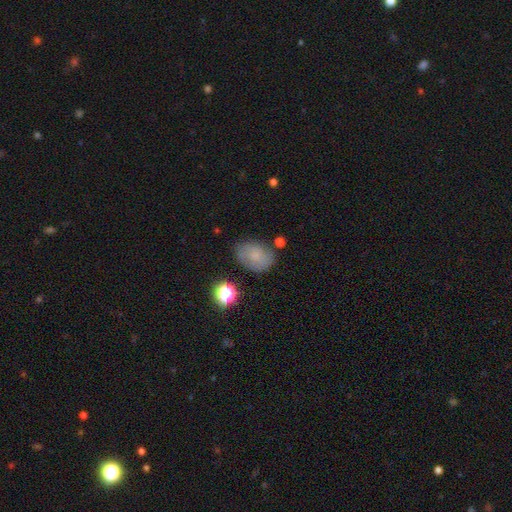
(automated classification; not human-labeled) Smooth or featured: smooth — 67% (featured or disk — 20%)
How rounded: in between — 71% (round — 27%)
Merging: none — 68% (minor disturbance — 21%)